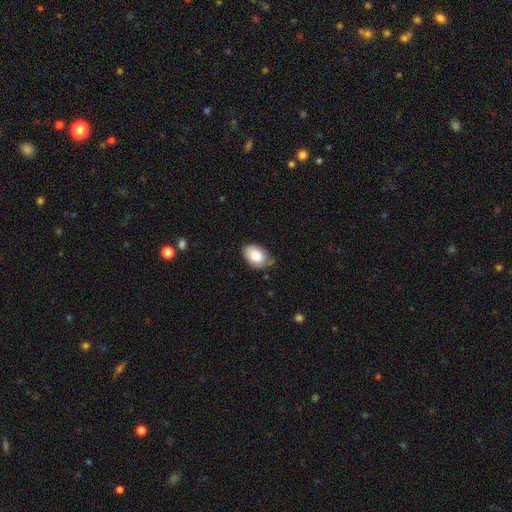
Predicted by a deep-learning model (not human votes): This appears to be a smooth galaxy with no disk features (85%) that is in between round and cigar-shaped (86%). Merging: none (61%).